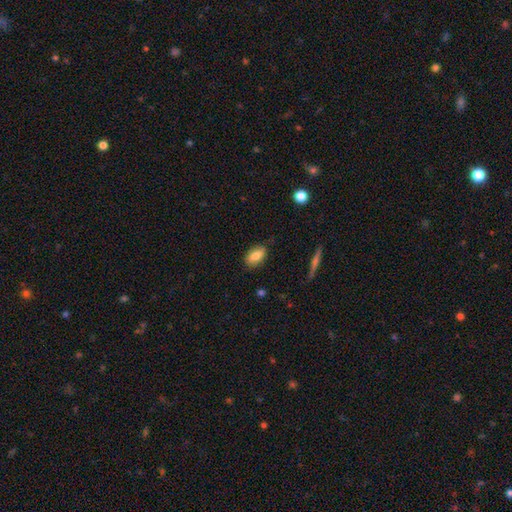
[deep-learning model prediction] Smooth or featured?
  - smooth: 81% *
  - featured or disk: 12%
  - star or artifact: 7%
How rounded?
  - in between: 89% *
  - round: 5%
  - cigar-shaped: 5%
Merging?
  - none: 81% *
  - minor disturbance: 15%
  - major disturbance: 3%
  - merger: 1%